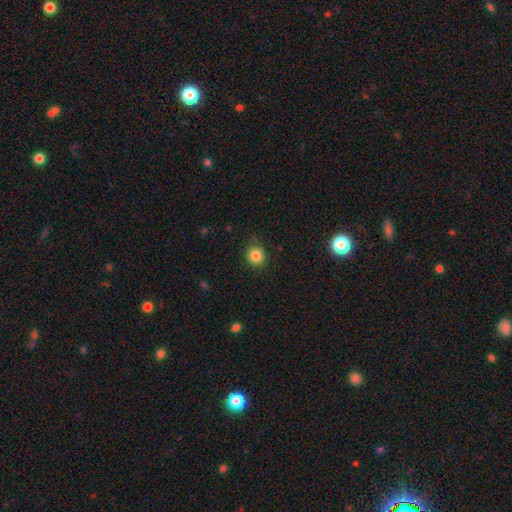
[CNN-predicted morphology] This appears to be a smooth galaxy with no disk features (84%) that is round (85%). Merging: none (83%).